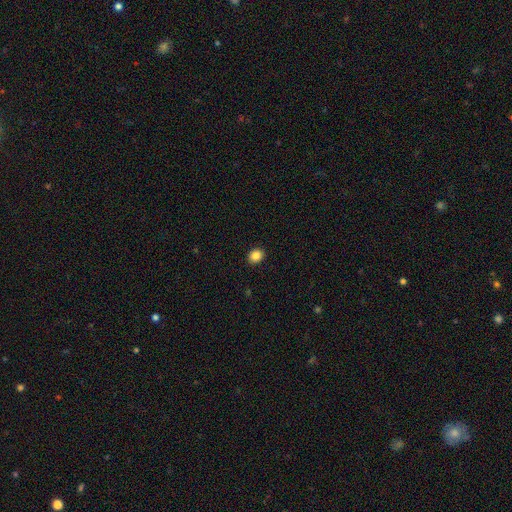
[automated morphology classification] A smooth galaxy with no disk features (86%) that is round (61%). Merging: none (91%).